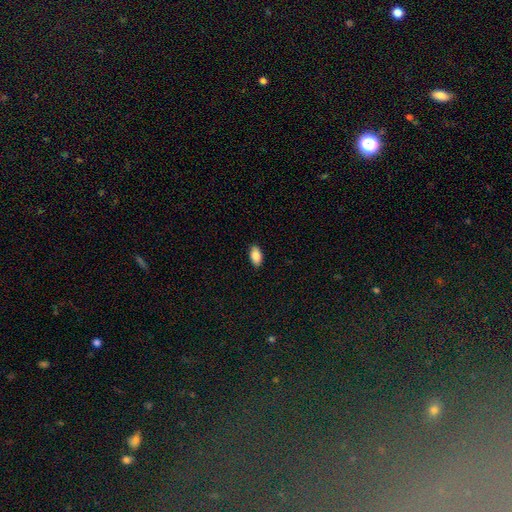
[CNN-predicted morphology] This is clearly a smooth galaxy (87%). How rounded: clearly in between (93%). Merging: clearly none (88%).